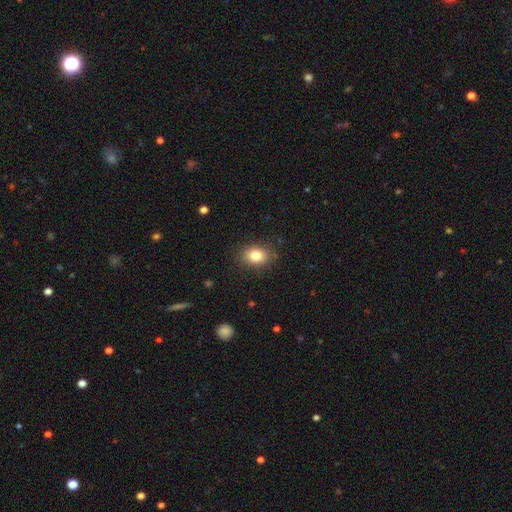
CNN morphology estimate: The model was most divided on "how rounded": in between: 61%, round: 38%, cigar-shaped: 1%. More confident: merging — none (86%); smooth or featured — smooth (82%).